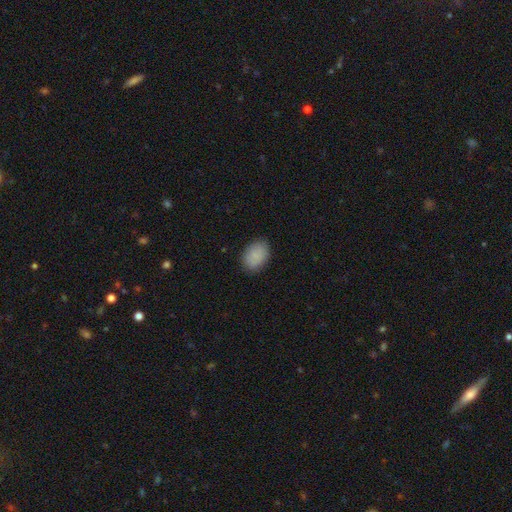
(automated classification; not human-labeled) Morphology: type=smooth (87%); roundness=in between (81%); merging=none (84%).